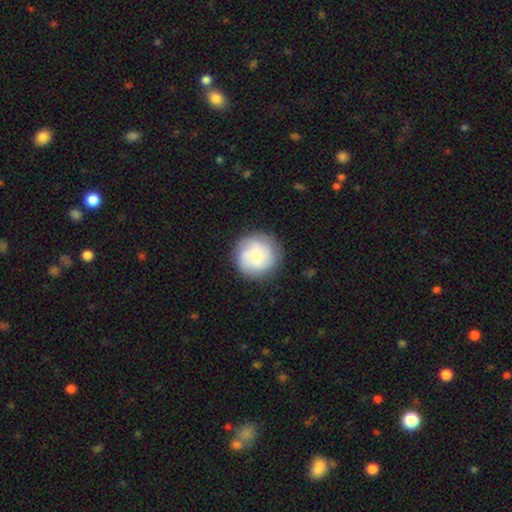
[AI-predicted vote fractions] A smooth galaxy with no disk features (61%) that is round (94%). Merging: none (83%).